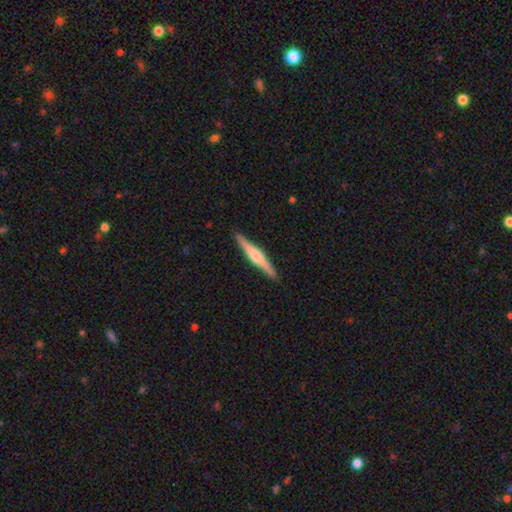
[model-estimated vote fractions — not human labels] Smooth or featured? Predicted: featured or disk (p=0.69). Edge-on disk? Predicted: yes (p=0.98). Edge-on bulge? Predicted: rounded (p=0.78). Merging? Predicted: none (p=0.91).